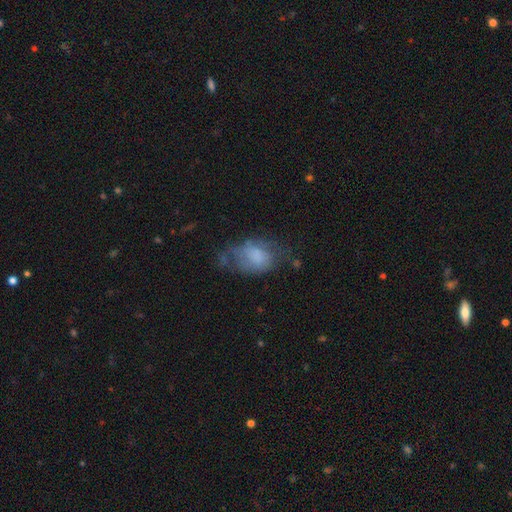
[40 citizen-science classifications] Smooth or featured? smooth (62%)
How rounded? in between (76%)
Merging? none (41%)